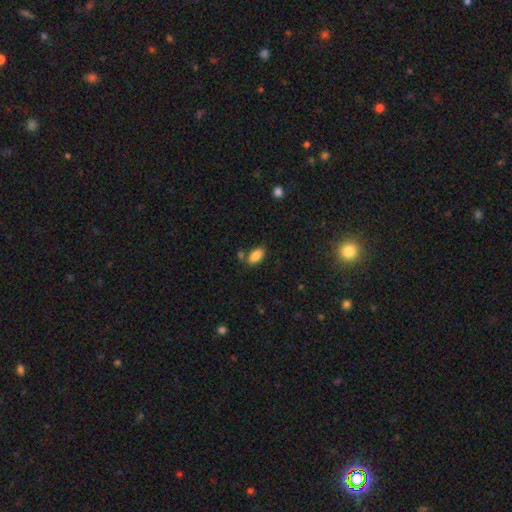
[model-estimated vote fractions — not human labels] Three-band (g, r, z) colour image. It shows a smooth galaxy with no disk features (86%) that is in between round and cigar-shaped (92%). Merging: none (72%).